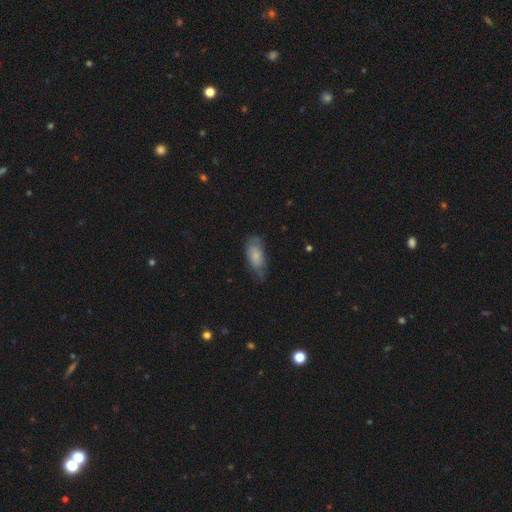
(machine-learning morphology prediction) Smooth or featured?
  - smooth: 72% *
  - featured or disk: 21%
  - star or artifact: 7%
How rounded?
  - in between: 86% *
  - cigar-shaped: 12%
  - round: 3%
Merging?
  - none: 57% *
  - minor disturbance: 31%
  - major disturbance: 10%
  - merger: 2%